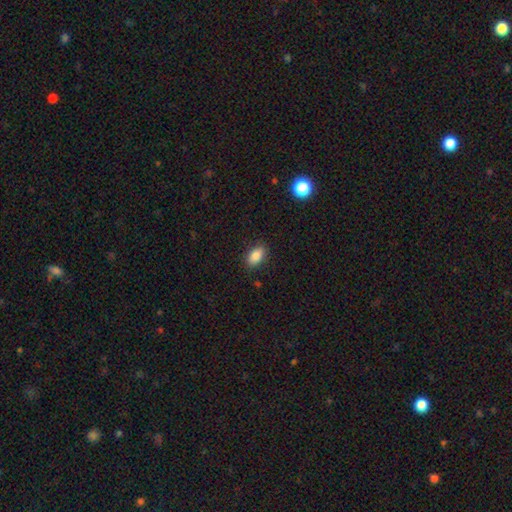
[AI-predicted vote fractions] Q: Smooth or featured?
A: smooth (85%); runner-up: star or artifact (8%)
Q: How rounded?
A: in between (90%); runner-up: round (7%)
Q: Merging?
A: none (87%); runner-up: minor disturbance (9%)